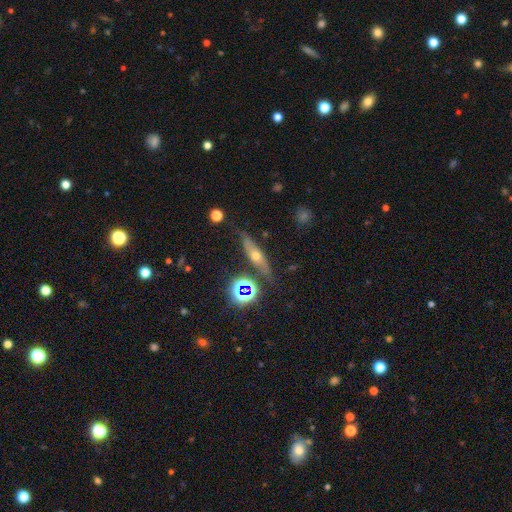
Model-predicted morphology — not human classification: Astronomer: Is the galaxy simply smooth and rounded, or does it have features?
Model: featured or disk — 51% (runner-up: smooth, 34%).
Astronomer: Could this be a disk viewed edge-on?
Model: yes — 79%.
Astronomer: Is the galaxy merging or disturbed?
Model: none — 76%.